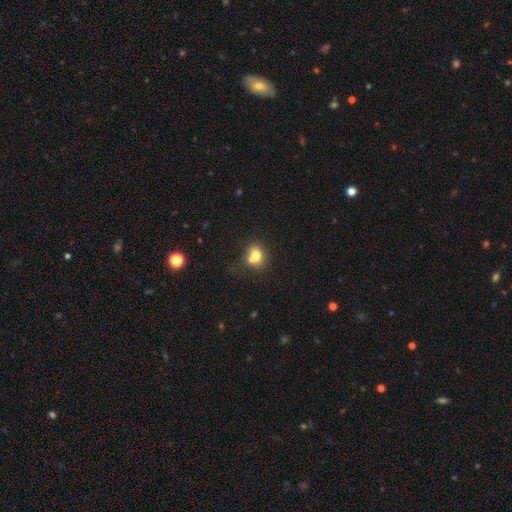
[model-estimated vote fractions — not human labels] smooth-or-featured: smooth: 73% | featured or disk: 15% | star or artifact: 11%
  how-rounded: round: 66% | in between: 33% | cigar-shaped: 1%
  merging: none: 48% | merger: 32% | minor disturbance: 15% | major disturbance: 5%